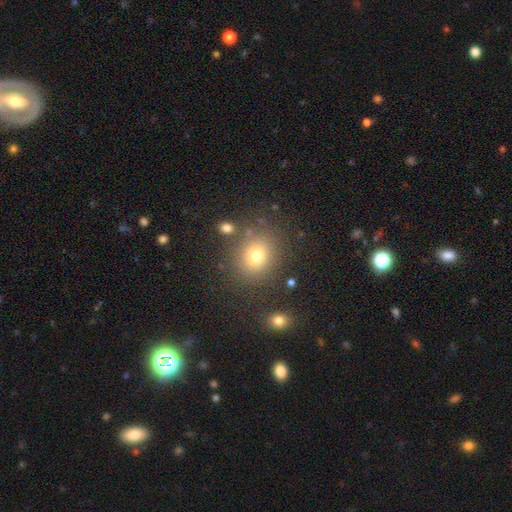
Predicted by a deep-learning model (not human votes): Morphology: type=smooth (73%); roundness=round (77%); merging=none (81%).